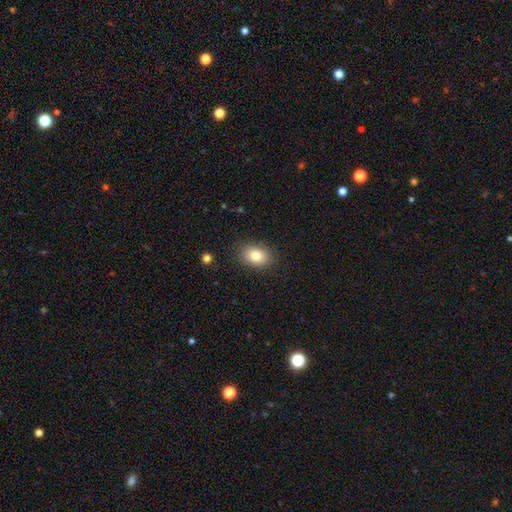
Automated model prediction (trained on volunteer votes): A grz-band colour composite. It shows a smooth galaxy with no disk features (81%) that is in between round and cigar-shaped (74%). Merging: none (87%).